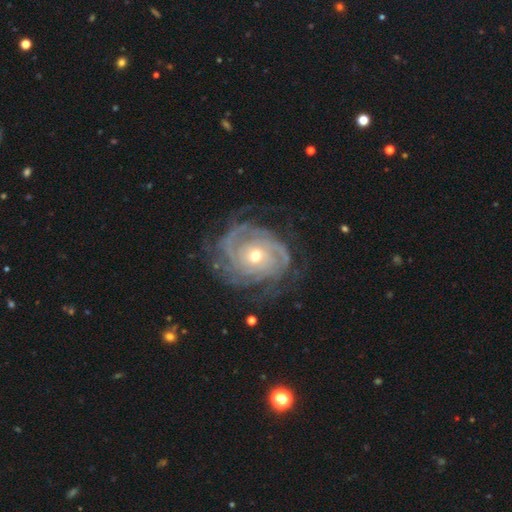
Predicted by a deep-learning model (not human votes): The model was most divided on "bulge size" (2-way tie): moderate: 48%, small: 48%, large: 2%, none: 1%, dominant: 1%. Remaining: edge-on disk — no (97%); spiral arms — yes (95%); smooth or featured — featured or disk (88%); bar — no (77%); spiral winding — tight (73%); merging — none (66%); spiral arm count — can't tell (34%).